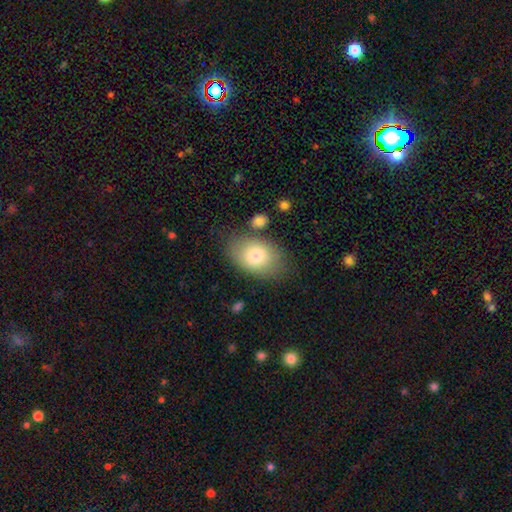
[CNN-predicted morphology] The model was most divided on "merging": none: 71%, minor disturbance: 16%, merger: 7%, major disturbance: 6%. More confident: how rounded — in between (83%); smooth or featured — smooth (76%).